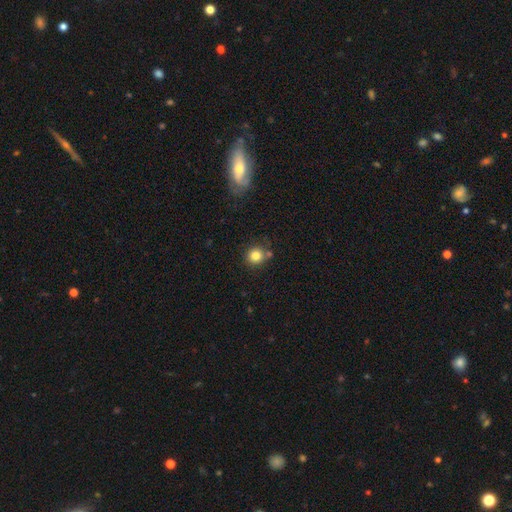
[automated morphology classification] Q: Smooth or featured?
A: smooth (81%); runner-up: star or artifact (11%)
Q: How rounded?
A: round (89%); runner-up: in between (10%)
Q: Merging?
A: none (75%); runner-up: minor disturbance (11%)